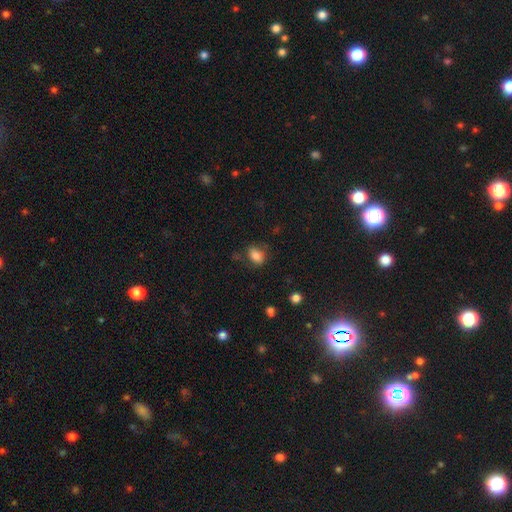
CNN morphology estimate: smooth-or-featured: smooth: 79% | featured or disk: 10% | star or artifact: 10%
  how-rounded: in between: 71% | round: 27% | cigar-shaped: 2%
  merging: none: 69% | minor disturbance: 21% | major disturbance: 8% | merger: 3%